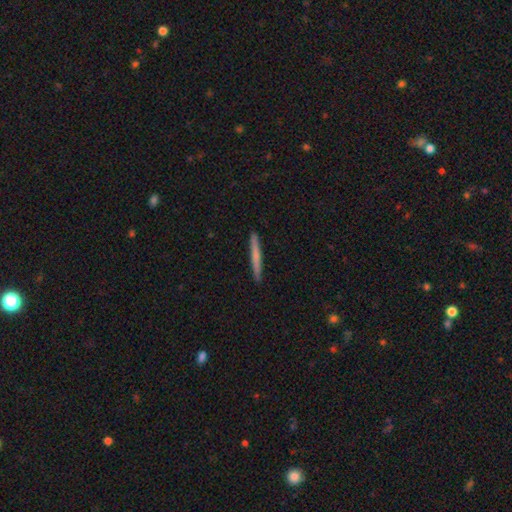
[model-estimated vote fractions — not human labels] Smooth or featured: smooth — 62% (featured or disk — 32%)
How rounded: cigar-shaped — 97% (in between — 2%)
Merging: none — 93% (minor disturbance — 5%)